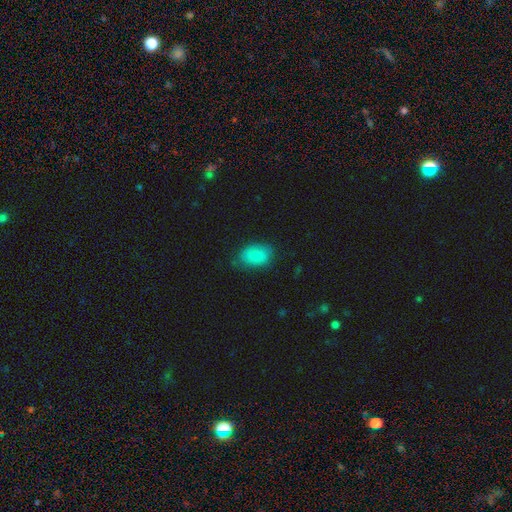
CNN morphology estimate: This is clearly a smooth galaxy (84%). How rounded: clearly in between (83%). Merging: likely none (71%).